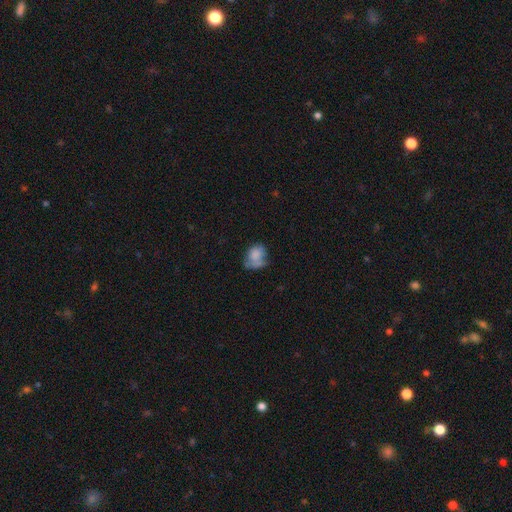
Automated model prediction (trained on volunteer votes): smooth_or_featured: smooth (p=0.70) [alt: featured or disk p=0.20]
how_rounded: in between (p=0.55) [alt: round p=0.44]
merging: none (p=0.35) [alt: minor disturbance p=0.30]